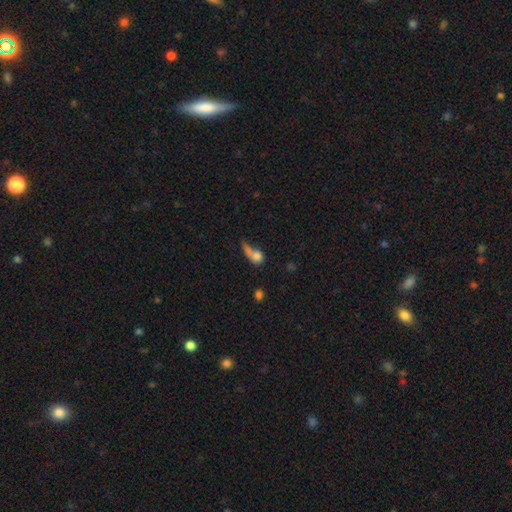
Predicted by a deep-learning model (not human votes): smooth 70%, featured or disk 20%, star or artifact 11%. Down the decision tree: how rounded — in between (46%); merging — major disturbance (33%).